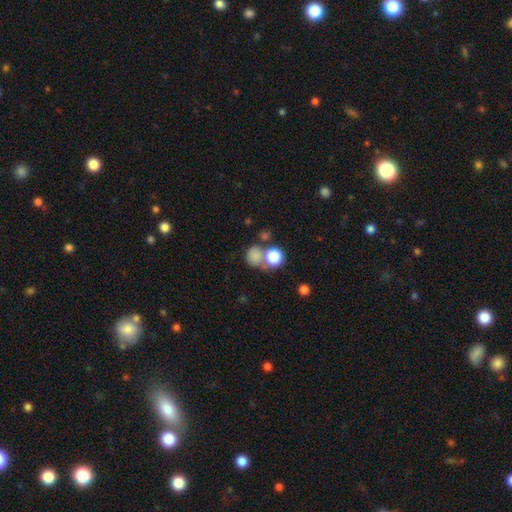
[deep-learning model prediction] This appears to be a smooth galaxy with no disk features (78%) that is round (77%). Merging: none (47%).